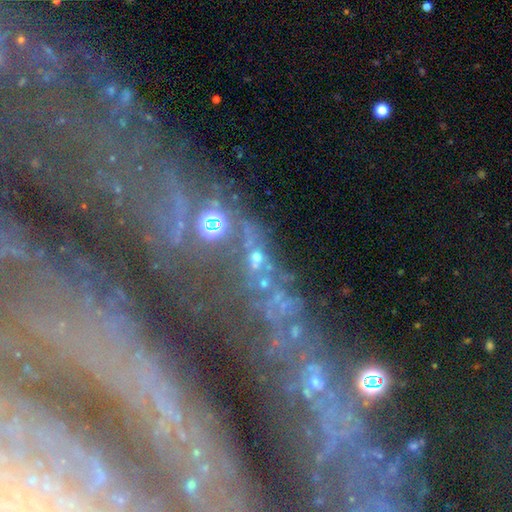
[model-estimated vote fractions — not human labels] smooth_or_featured: star or artifact (p=0.45) [alt: featured or disk p=0.30]